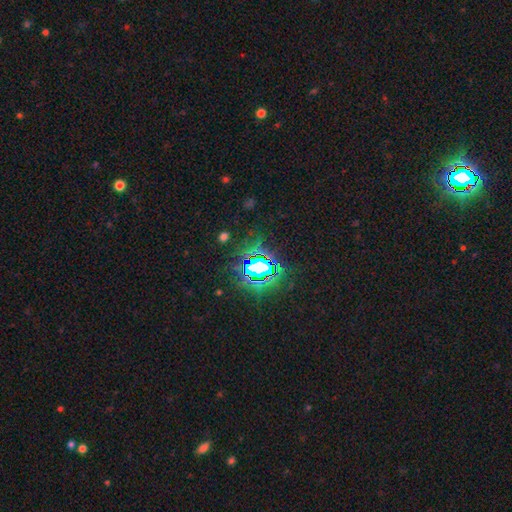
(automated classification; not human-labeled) smooth_or_featured: star or artifact (p=0.83) [alt: smooth p=0.10]